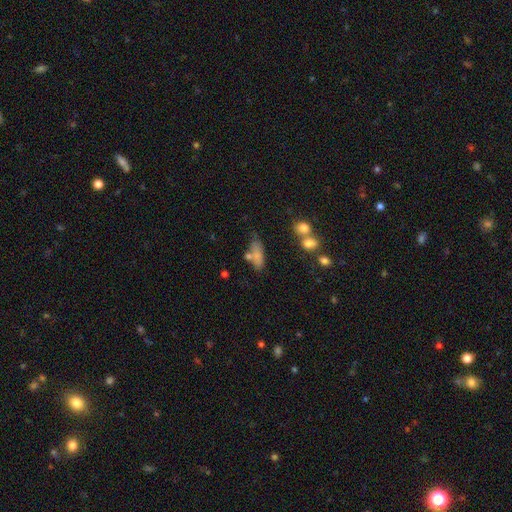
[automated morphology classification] Smooth or featured?
  - smooth: 72% *
  - featured or disk: 18%
  - star or artifact: 10%
How rounded?
  - in between: 60% *
  - cigar-shaped: 36%
  - round: 4%
Merging?
  - none: 45% *
  - merger: 22%
  - minor disturbance: 22%
  - major disturbance: 11%